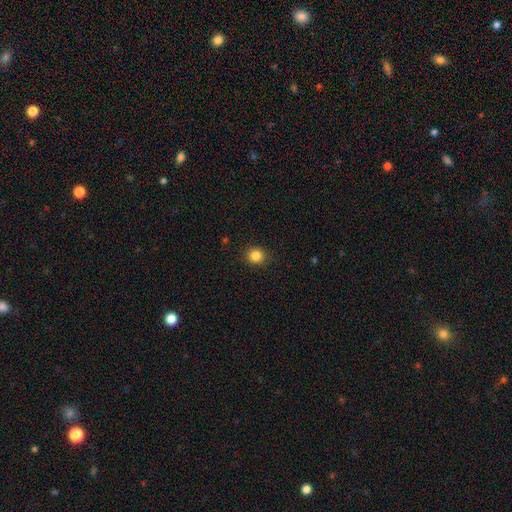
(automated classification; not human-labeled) Smooth or featured?
  - smooth: 84% *
  - star or artifact: 11%
  - featured or disk: 4%
How rounded?
  - round: 83% *
  - in between: 16%
  - cigar-shaped: 1%
Merging?
  - none: 91% *
  - minor disturbance: 6%
  - major disturbance: 2%
  - merger: 1%